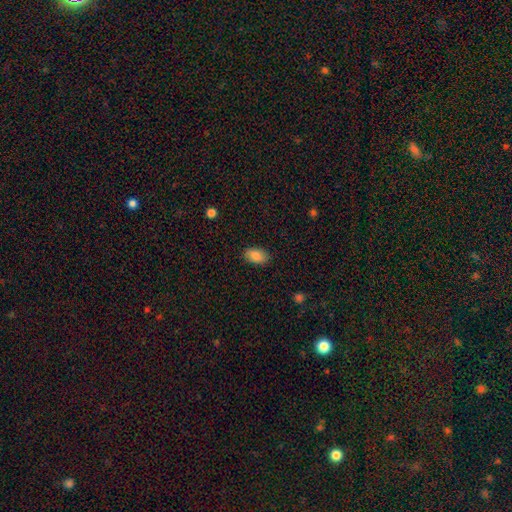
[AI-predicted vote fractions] Overall: smooth (86%). How rounded: in between (92%). Merging: none (86%).